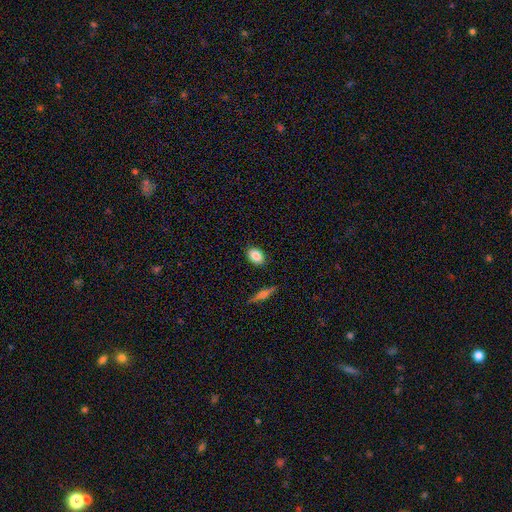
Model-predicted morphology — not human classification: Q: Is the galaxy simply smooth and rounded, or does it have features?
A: smooth — 86%.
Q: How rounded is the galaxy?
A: in between — 78%.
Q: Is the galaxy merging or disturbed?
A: none — 87%.